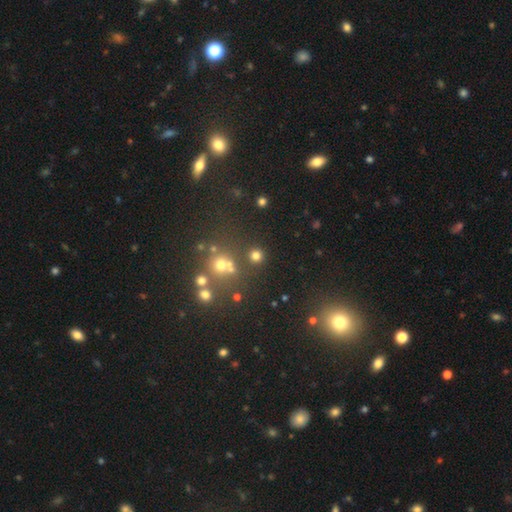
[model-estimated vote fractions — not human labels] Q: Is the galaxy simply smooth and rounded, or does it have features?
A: smooth — 74%.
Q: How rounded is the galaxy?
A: round — 93%.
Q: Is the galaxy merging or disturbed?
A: none — 83%.